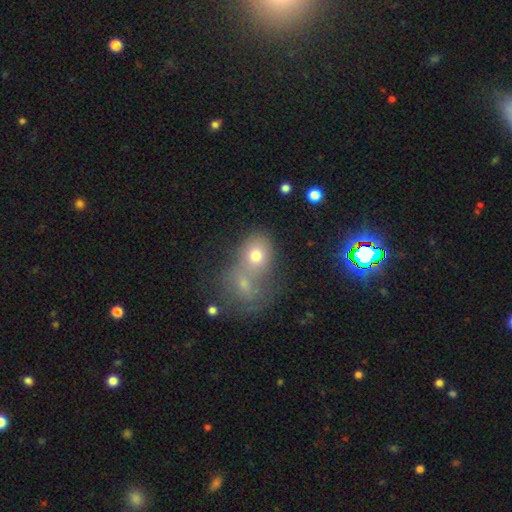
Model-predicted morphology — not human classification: Q: Smooth or featured?
A: smooth (68%); runner-up: featured or disk (18%)
Q: How rounded?
A: in between (51%); runner-up: round (48%)
Q: Merging?
A: merger (58%); runner-up: none (27%)